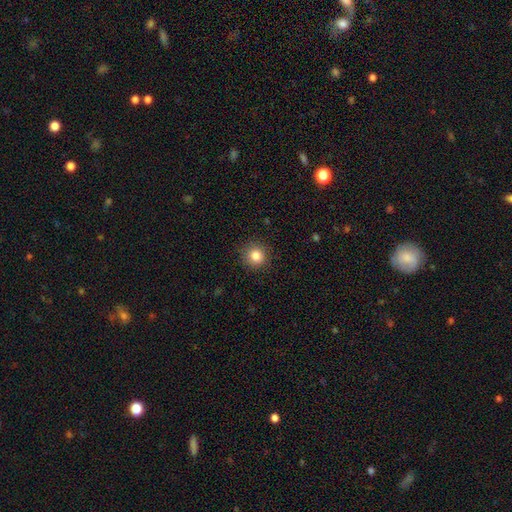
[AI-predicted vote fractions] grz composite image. It shows a smooth galaxy with no disk features (84%) that is round (92%). Merging: none (90%).